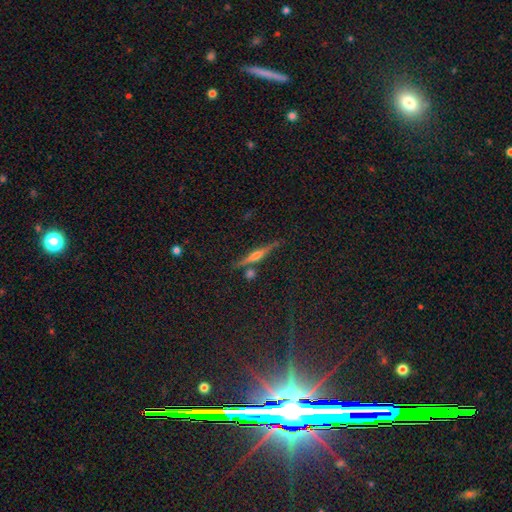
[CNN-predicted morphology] The model was most divided on "smooth or featured": featured or disk: 65%, smooth: 20%, star or artifact: 15%. More confident: edge-on disk — yes (97%); merging — none (85%); edge-on bulge — rounded (84%).